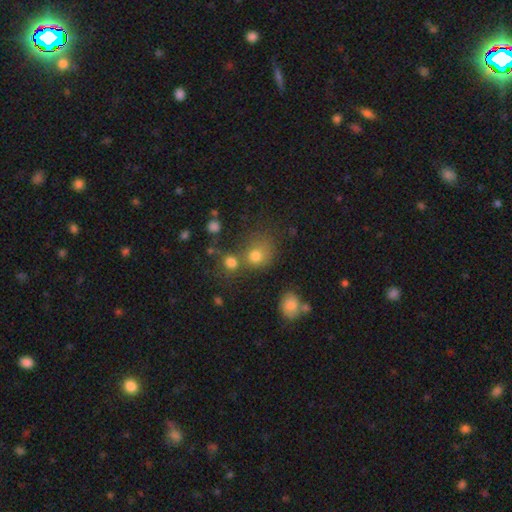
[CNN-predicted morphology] A smooth galaxy with no disk features (74%) that is round (75%). Merging: none (47%).